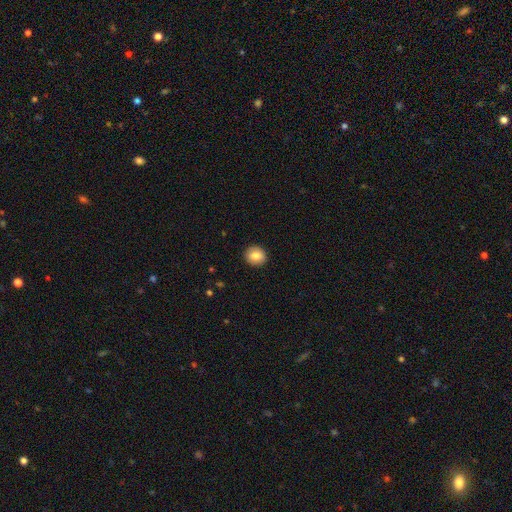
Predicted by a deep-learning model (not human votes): A smooth galaxy with no disk features (81%) that is round (80%). Merging: none (91%).